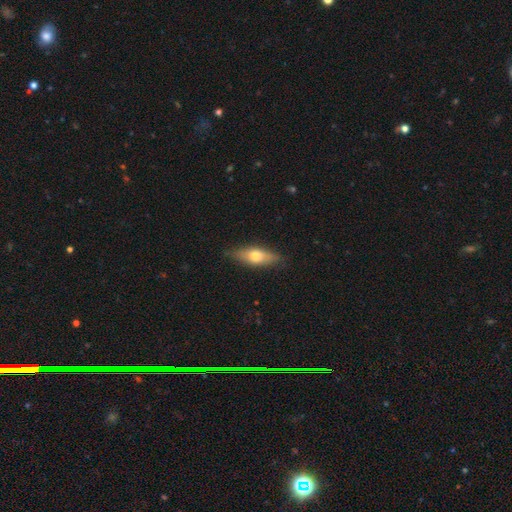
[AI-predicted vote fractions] Smooth or featured? Predicted: smooth (p=0.59). How rounded? Predicted: in between (p=0.60). Merging? Predicted: none (p=0.83).